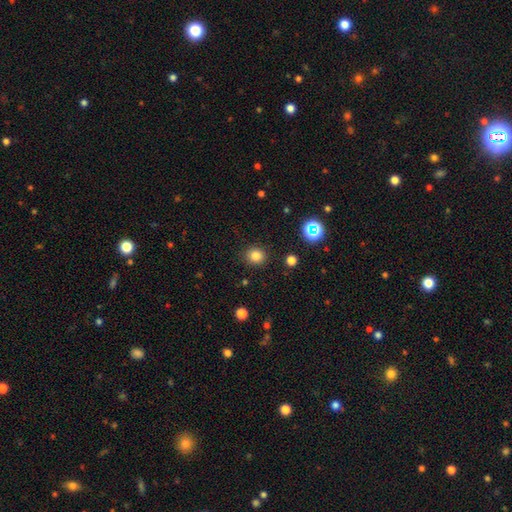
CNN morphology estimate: A smooth galaxy with no disk features (81%) that is round (85%). Merging: none (89%).